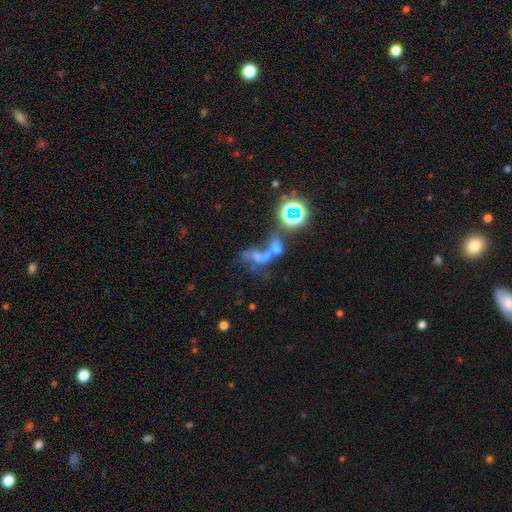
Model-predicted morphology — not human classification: Overall: featured or disk (37%; star or artifact 35%). Merging: merger (50%; major disturbance 22%).